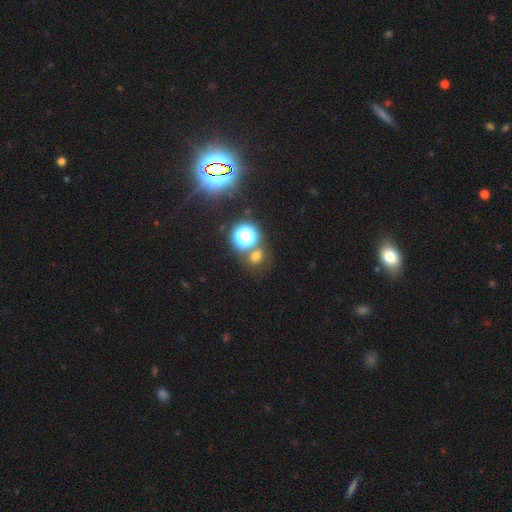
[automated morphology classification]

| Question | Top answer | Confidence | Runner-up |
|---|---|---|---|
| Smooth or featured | smooth | 58% | star or artifact (34%) |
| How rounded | round | 71% | in between (28%) |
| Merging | none | 68% | merger (18%) |